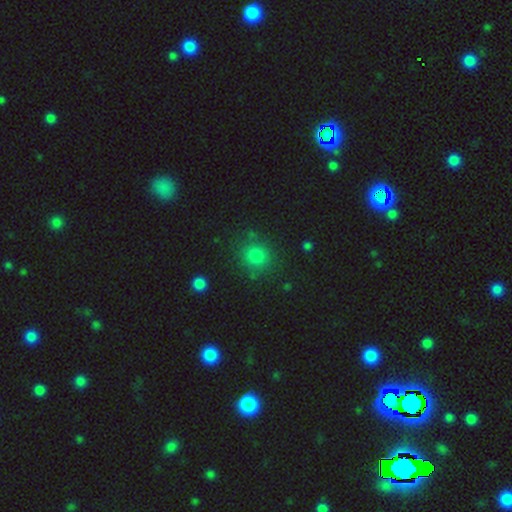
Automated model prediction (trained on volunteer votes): This appears to be a smooth galaxy with no disk features (79%) that is round (85%). Merging: none (83%).